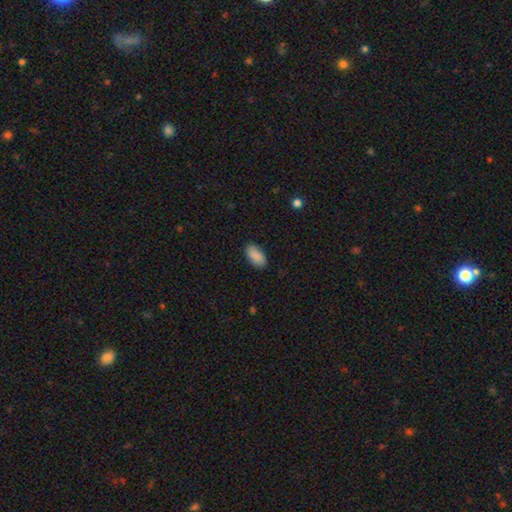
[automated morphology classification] A smooth galaxy with no disk features (88%) that is in between round and cigar-shaped (94%). Merging: none (84%).